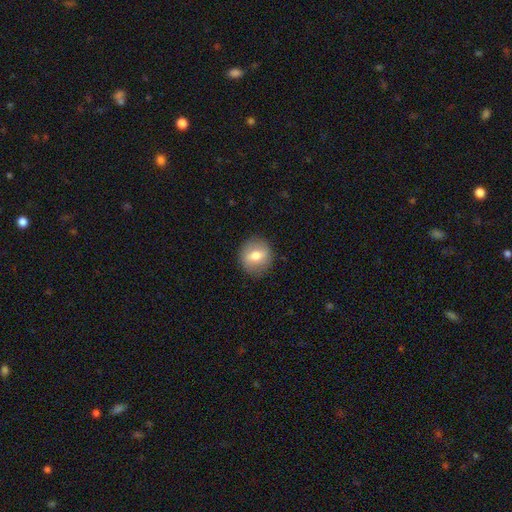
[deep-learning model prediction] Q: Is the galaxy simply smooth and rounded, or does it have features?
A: smooth — 62%.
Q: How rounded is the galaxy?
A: round — 83%.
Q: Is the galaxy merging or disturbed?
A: none — 87%.